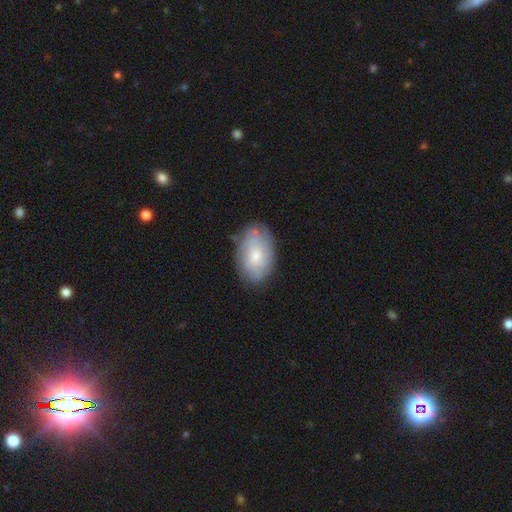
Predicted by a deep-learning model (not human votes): Smooth or featured? smooth (54%)
How rounded? in between (89%)
Merging? none (74%)